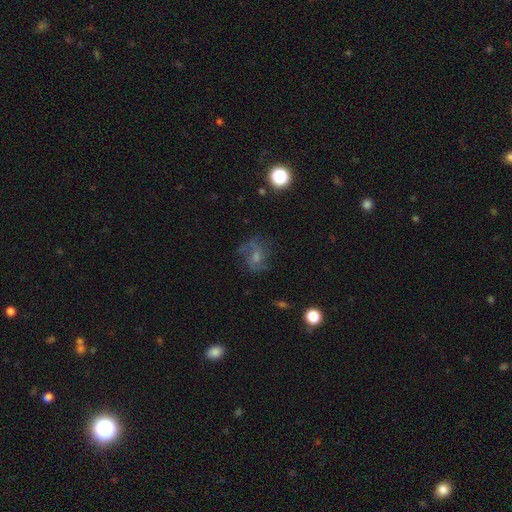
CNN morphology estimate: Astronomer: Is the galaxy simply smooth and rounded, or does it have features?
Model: featured or disk — 60%.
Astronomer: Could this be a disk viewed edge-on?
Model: no — 97%.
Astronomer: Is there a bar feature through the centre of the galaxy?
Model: no — 55% (runner-up: weak, 38%).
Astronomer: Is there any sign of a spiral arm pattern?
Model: yes — 85%.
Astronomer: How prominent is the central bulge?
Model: moderate — 40% (runner-up: small, 35%).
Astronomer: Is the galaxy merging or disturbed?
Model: none — 61%.